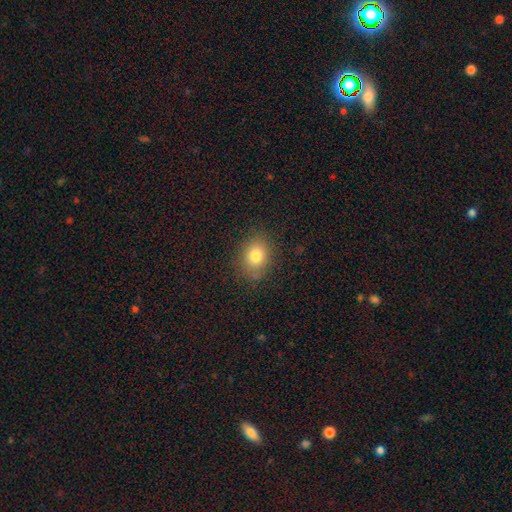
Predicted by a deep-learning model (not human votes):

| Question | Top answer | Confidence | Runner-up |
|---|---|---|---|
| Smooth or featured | smooth | 79% | star or artifact (12%) |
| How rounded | in between | 54% | round (45%) |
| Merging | none | 84% | minor disturbance (12%) |